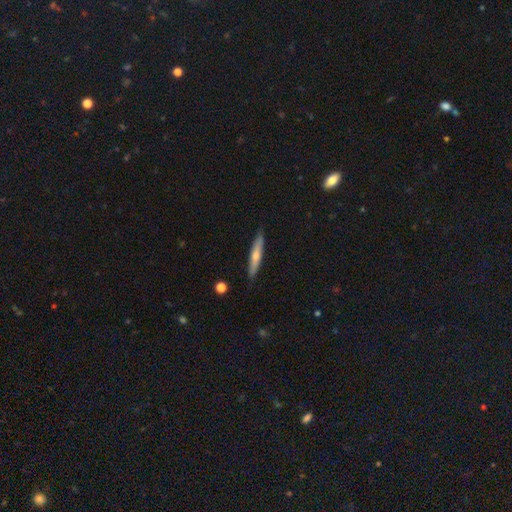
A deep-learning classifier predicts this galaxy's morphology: Overall: featured or disk (49%; smooth 45%). Merging: none (89%).